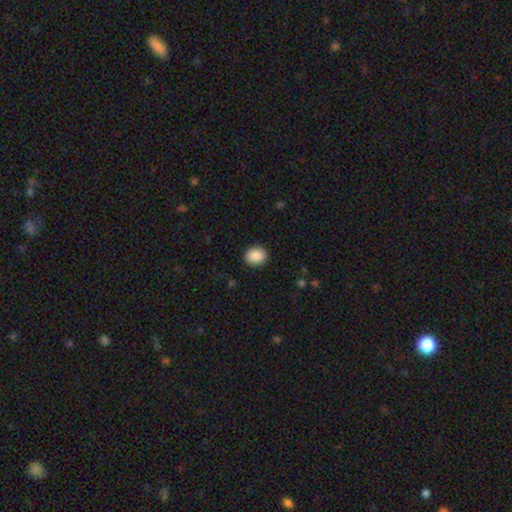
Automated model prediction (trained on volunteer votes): Morphology: type=smooth (89%); roundness=round (63%); merging=none (90%).